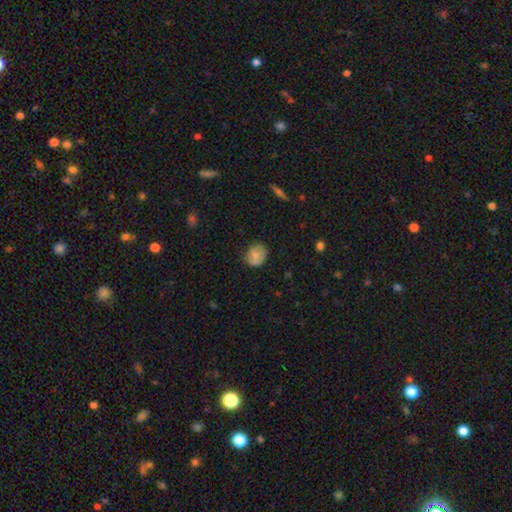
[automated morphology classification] Smooth or featured? Predicted: smooth (p=0.67). How rounded? Predicted: round (p=0.67). Merging? Predicted: none (p=0.67).